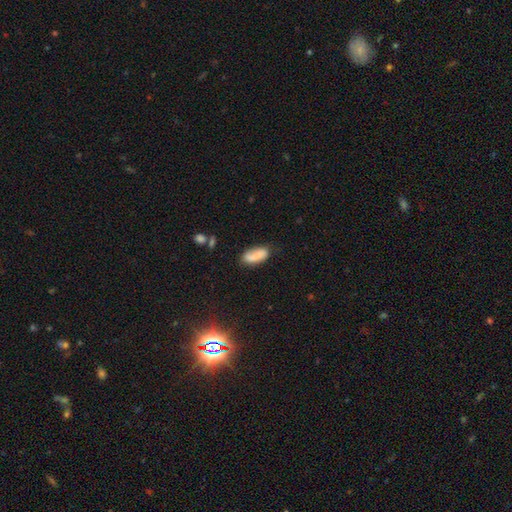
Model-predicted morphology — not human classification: type=smooth (82%); roundness=in between (77%); merging=none (67%).